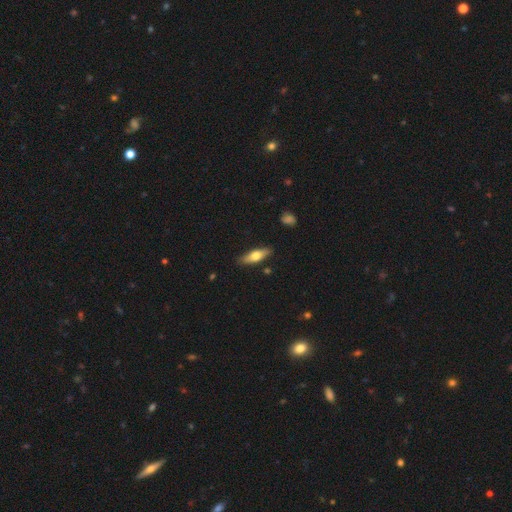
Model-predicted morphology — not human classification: A smooth galaxy with no disk features (61%) that is cigar-shaped (50%).

Vote fractions:
- Smooth or featured? smooth: 61% / featured or disk: 33% / star or artifact: 6%
- How rounded? cigar-shaped: 50% / in between: 48% / round: 3%
- Merging? none: 85% / minor disturbance: 11% / major disturbance: 2% / merger: 2%